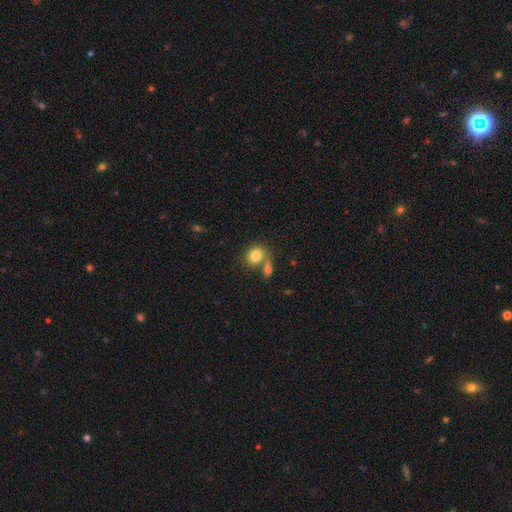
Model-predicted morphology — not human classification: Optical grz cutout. It shows a smooth galaxy with no disk features (82%) that is round (56%). Merging: none (50%).